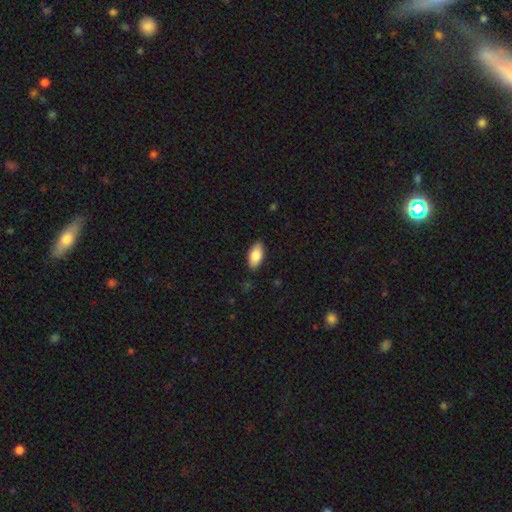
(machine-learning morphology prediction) smooth 82%, featured or disk 11%, star or artifact 6%. Down the decision tree: how rounded — in between (92%); merging — none (87%).